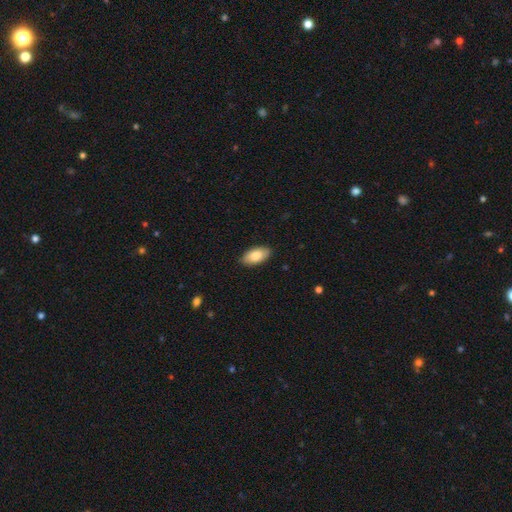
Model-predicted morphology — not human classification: This appears to be a smooth galaxy with no disk features (86%) that is in between round and cigar-shaped (95%). Merging: none (88%).